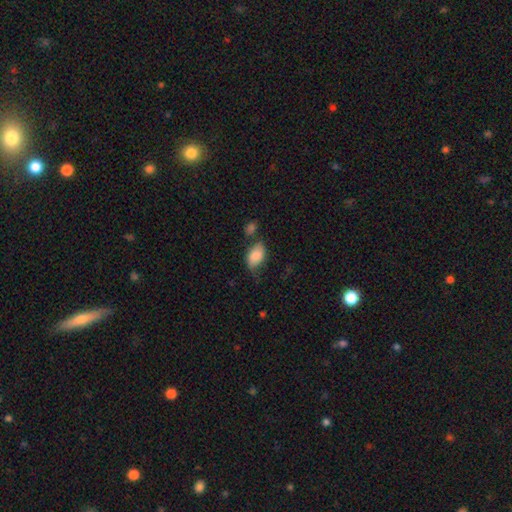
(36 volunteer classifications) This is clearly a smooth galaxy (86%). How rounded: clearly in between (97%). Merging: possibly none (56%).